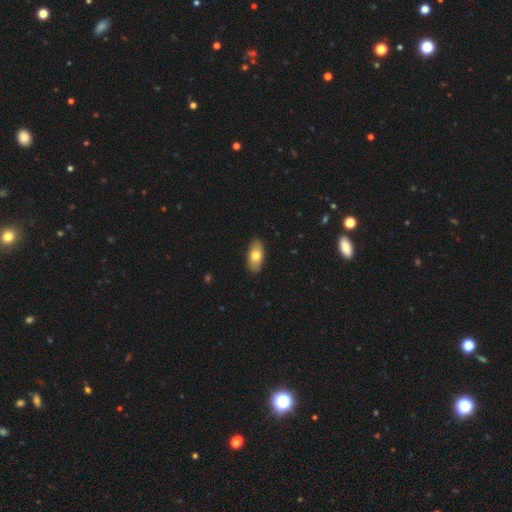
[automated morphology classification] Smooth or featured: smooth — 72% (featured or disk — 22%)
How rounded: in between — 89% (cigar-shaped — 7%)
Merging: none — 89% (minor disturbance — 8%)